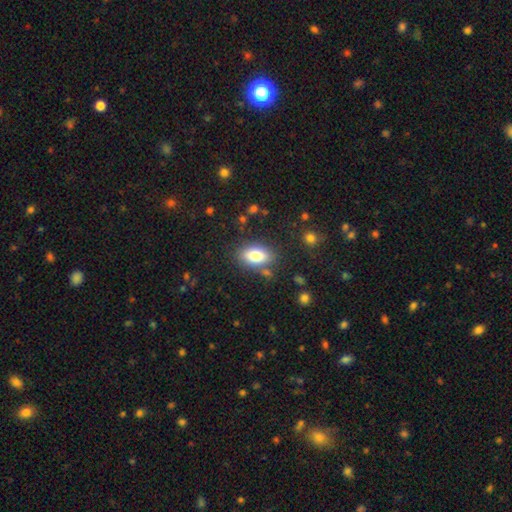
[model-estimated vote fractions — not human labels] Overall: smooth (80%). How rounded: in between (89%). Merging: none (79%).